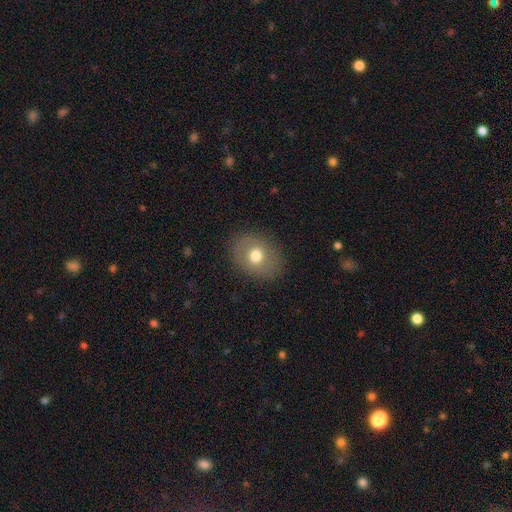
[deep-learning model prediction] Smooth or featured? smooth (69%)
How rounded? round (53%)
Merging? none (85%)